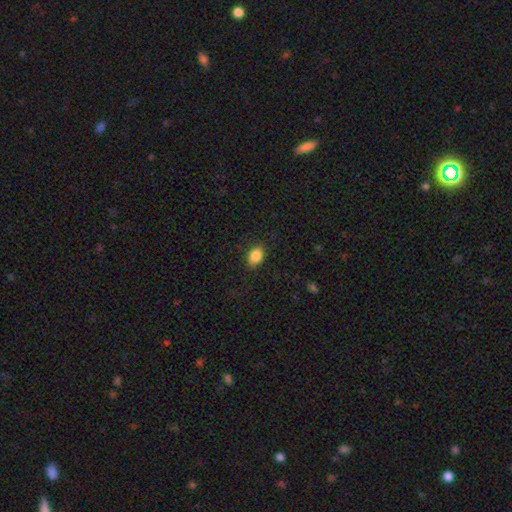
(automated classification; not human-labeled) Overall: smooth (87%). How rounded: in between (78%). Merging: none (86%).